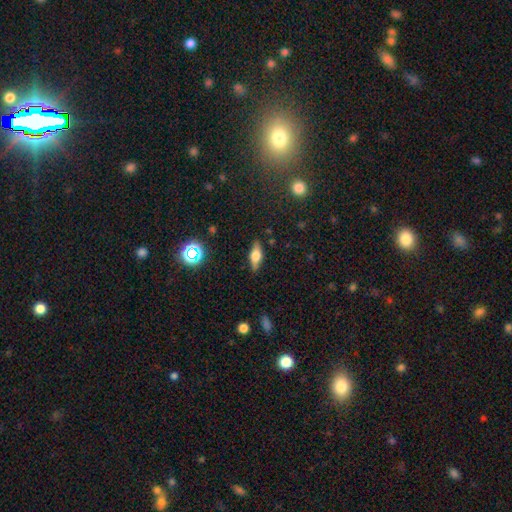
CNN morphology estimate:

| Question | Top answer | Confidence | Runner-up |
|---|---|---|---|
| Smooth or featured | smooth | 46% | featured or disk (43%) |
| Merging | none | 86% | minor disturbance (10%) |